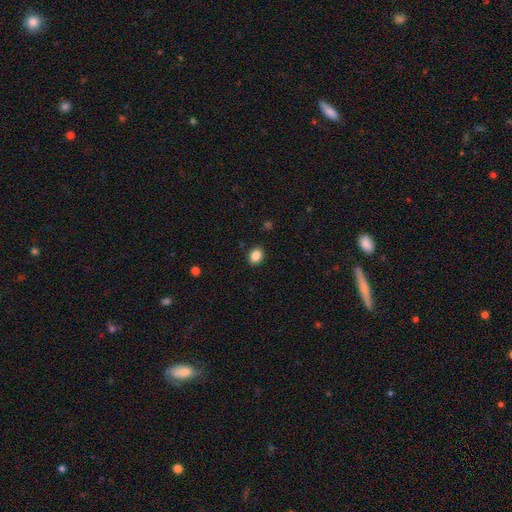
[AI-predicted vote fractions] smooth-or-featured: smooth: 87% | star or artifact: 10% | featured or disk: 4%
  how-rounded: in between: 55% | round: 44% | cigar-shaped: 1%
  merging: none: 89% | minor disturbance: 7% | major disturbance: 2% | merger: 1%